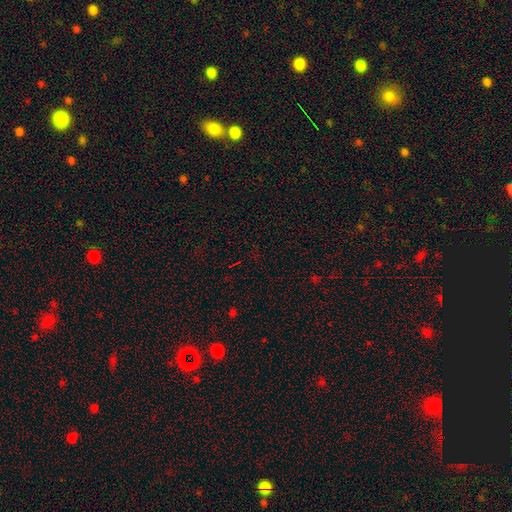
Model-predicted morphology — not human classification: This appears to be a star or artifact, not a galaxy (70%).